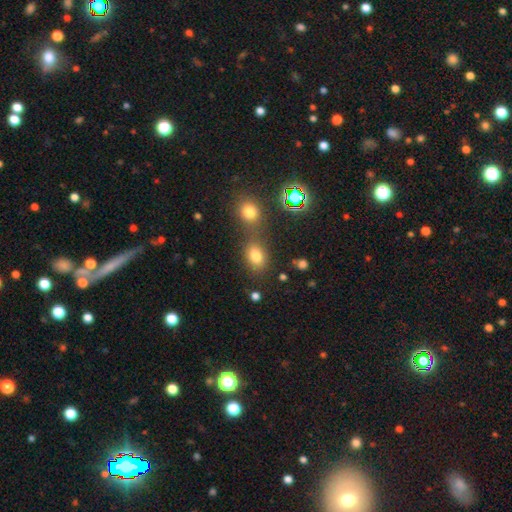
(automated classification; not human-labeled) smooth 75%, star or artifact 17%, featured or disk 8%. Down the decision tree: how rounded — in between (67%); merging — none (56%).